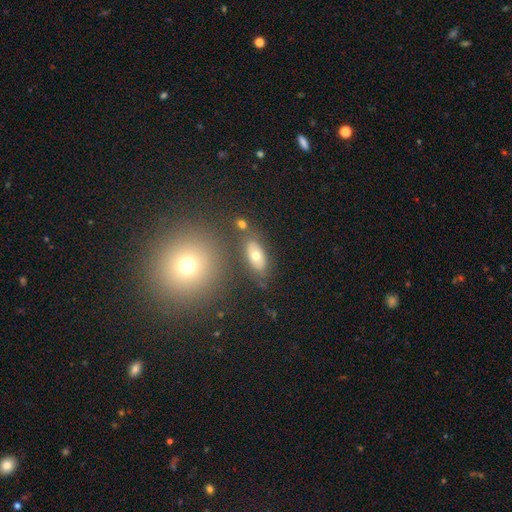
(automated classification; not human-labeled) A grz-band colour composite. It shows a smooth galaxy with no disk features (64%) that is in between round and cigar-shaped (83%). Merging: none (75%).